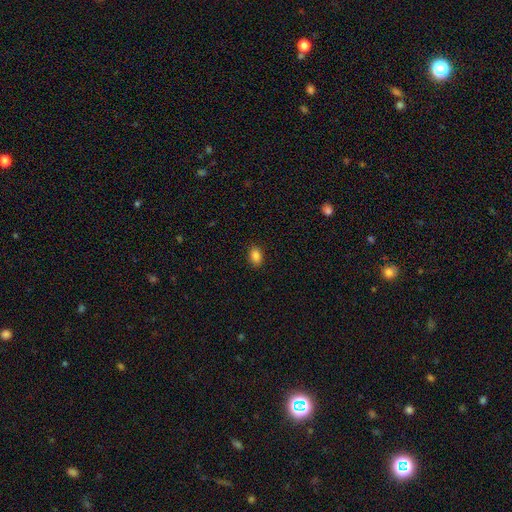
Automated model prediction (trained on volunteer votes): smooth 86%, star or artifact 10%, featured or disk 4%. Down the decision tree: how rounded — in between (78%); merging — none (89%).